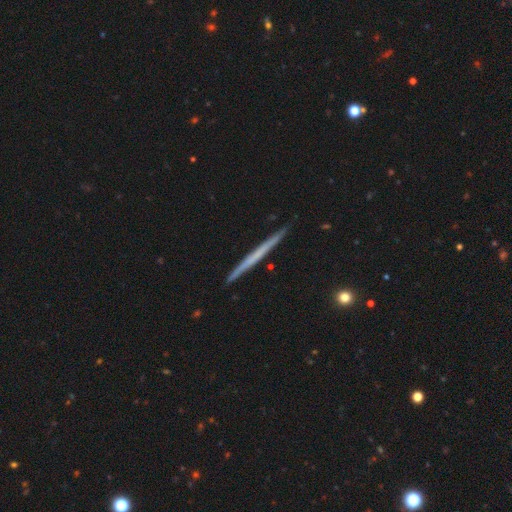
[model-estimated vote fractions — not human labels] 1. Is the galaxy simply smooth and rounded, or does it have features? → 55% featured or disk, 39% smooth, 5% star or artifact.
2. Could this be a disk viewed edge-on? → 98% yes, 2% no.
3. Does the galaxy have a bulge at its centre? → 92% none, 5% rounded, 3% boxy.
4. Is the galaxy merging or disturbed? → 92% none, 6% minor disturbance, 1% merger, 1% major disturbance.